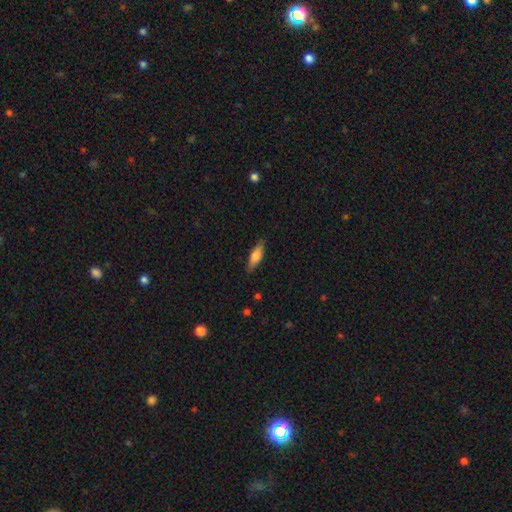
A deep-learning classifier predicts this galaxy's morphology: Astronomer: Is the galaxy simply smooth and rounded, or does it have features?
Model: smooth — 65%.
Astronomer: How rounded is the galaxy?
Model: cigar-shaped — 53% (runner-up: in between, 45%).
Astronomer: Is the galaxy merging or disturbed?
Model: none — 85%.